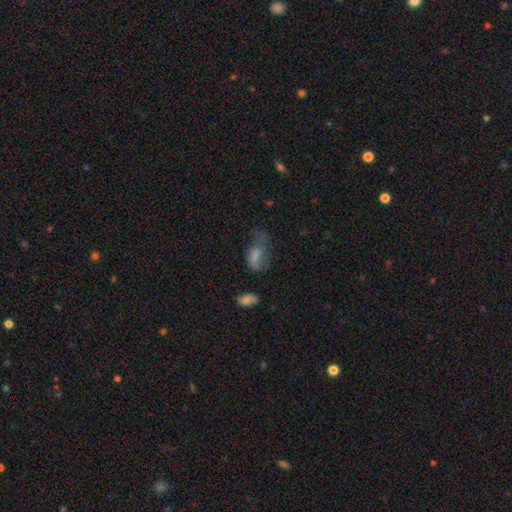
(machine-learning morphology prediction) The model was most divided on "merging": major disturbance: 41%, minor disturbance: 27%, none: 27%, merger: 5%. More confident: how rounded — in between (87%); smooth or featured — smooth (64%).